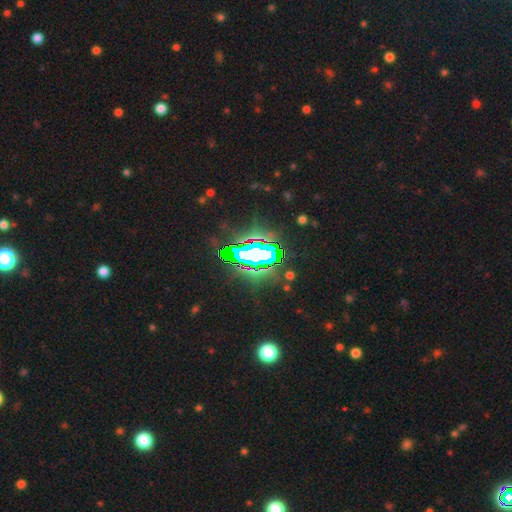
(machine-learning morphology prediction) This is likely a star or artifact rather than a galaxy (74%).